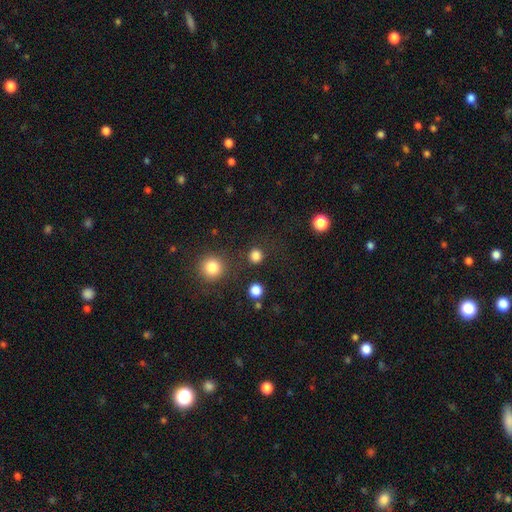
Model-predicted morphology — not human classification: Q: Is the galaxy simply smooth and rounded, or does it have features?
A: smooth — 82%.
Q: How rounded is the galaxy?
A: round — 91%.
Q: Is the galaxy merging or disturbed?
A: none — 86%.